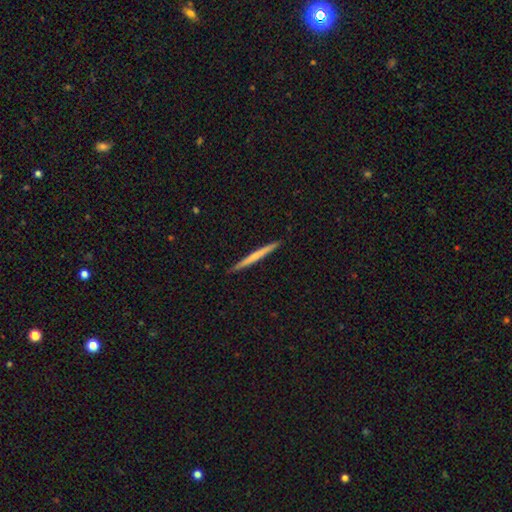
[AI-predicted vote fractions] Smooth or featured? Predicted: smooth (p=0.54). How rounded? Predicted: cigar-shaped (p=0.97). Merging? Predicted: none (p=0.91).